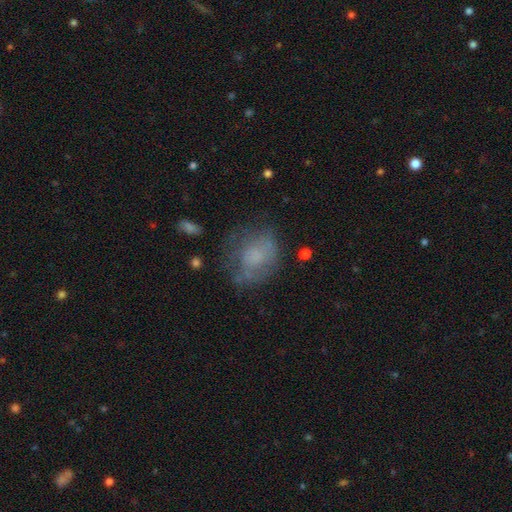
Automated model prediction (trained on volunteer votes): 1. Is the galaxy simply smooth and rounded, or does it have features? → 54% smooth, 33% featured or disk, 12% star or artifact.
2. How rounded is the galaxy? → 57% round, 41% in between, 1% cigar-shaped.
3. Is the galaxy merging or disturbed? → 52% none, 25% minor disturbance, 20% major disturbance, 3% merger.